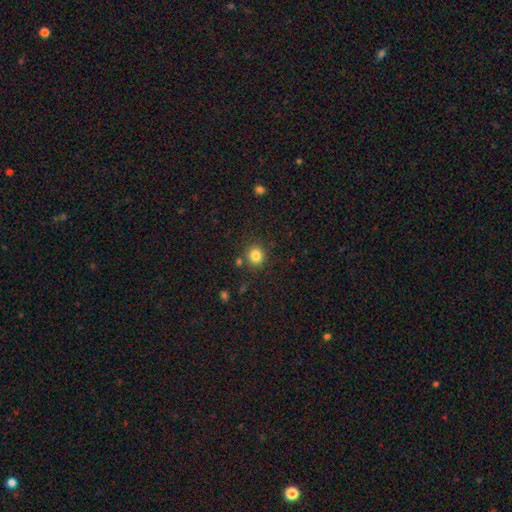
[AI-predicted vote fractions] smooth 83%, star or artifact 12%, featured or disk 6%. Down the decision tree: how rounded — round (84%); merging — none (83%).